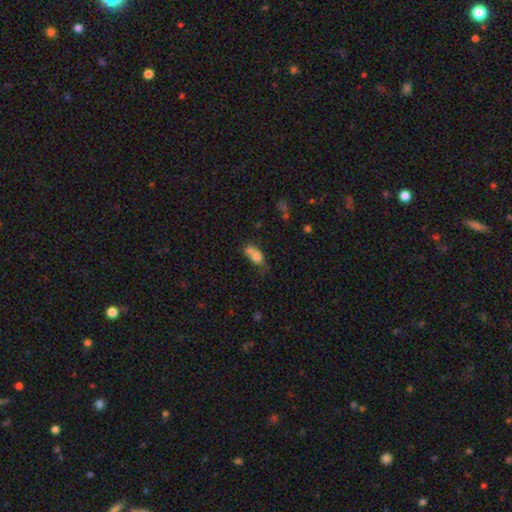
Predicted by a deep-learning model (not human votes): smooth_or_featured: smooth (p=0.71) [alt: featured or disk p=0.19]
how_rounded: in between (p=0.63) [alt: round p=0.31]
merging: merger (p=0.56) [alt: none p=0.24]